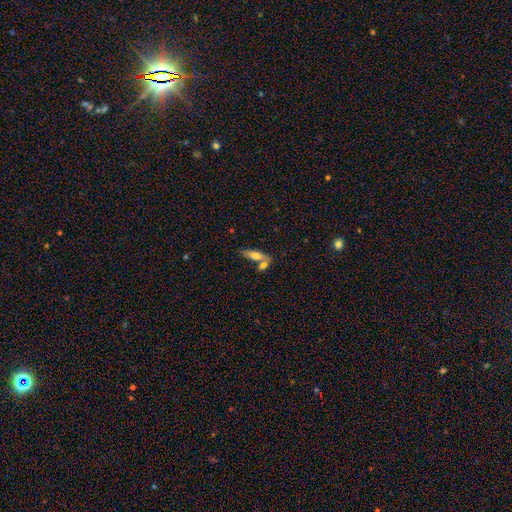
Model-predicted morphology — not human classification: A smooth galaxy with no disk features (63%) that is in between round and cigar-shaped (52%). Merging: none (50%).